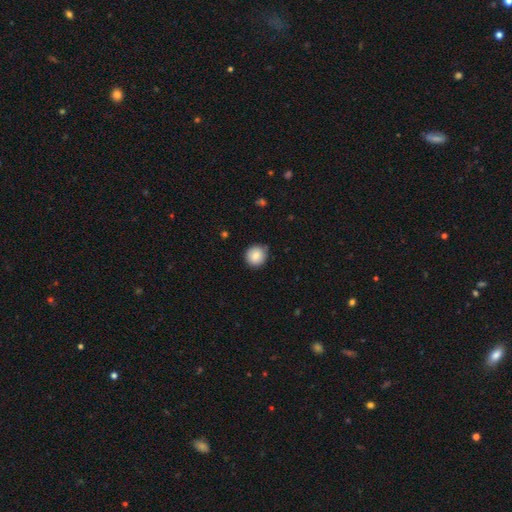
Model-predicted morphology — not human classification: smooth 84%, star or artifact 8%, featured or disk 8%. Down the decision tree: how rounded — round (93%); merging — none (85%).